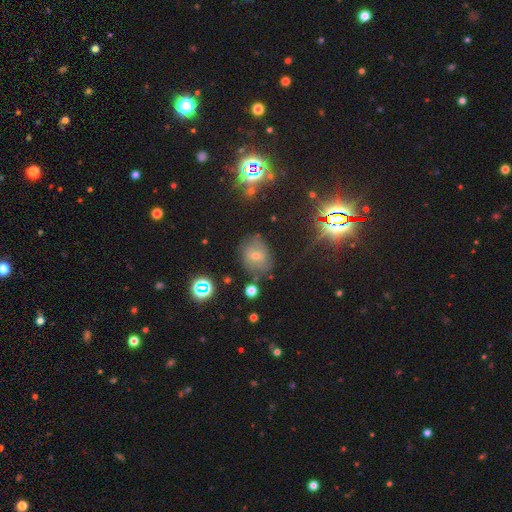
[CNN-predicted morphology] Smooth or featured? smooth (36%)
Merging? none (71%)